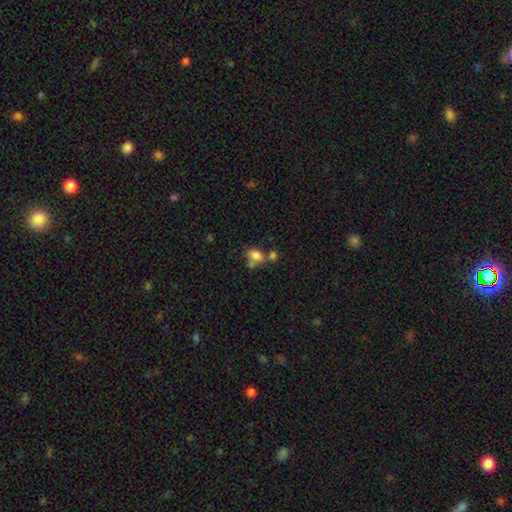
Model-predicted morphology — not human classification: The model was most divided on "merging": none: 41%, merger: 36%, minor disturbance: 15%, major disturbance: 8%. More confident: smooth or featured — smooth (80%); how rounded — in between (66%).